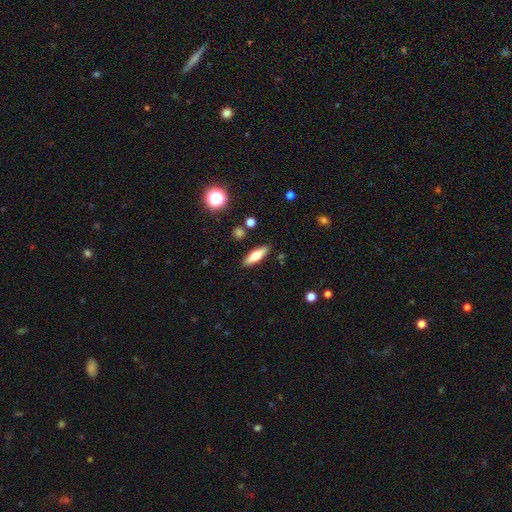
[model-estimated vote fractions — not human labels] Smooth or featured: smooth — 59% (featured or disk — 33%)
How rounded: cigar-shaped — 54% (in between — 43%)
Merging: none — 87% (minor disturbance — 8%)